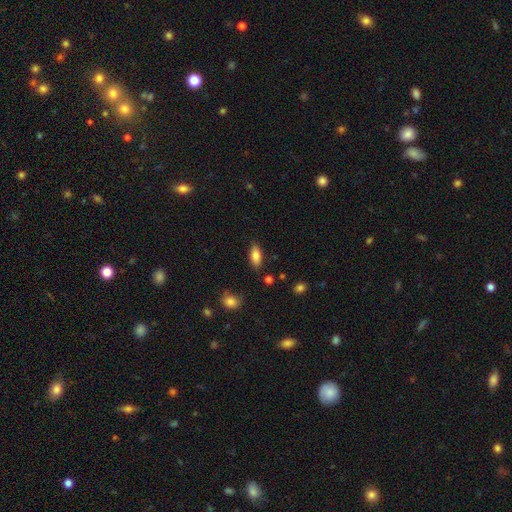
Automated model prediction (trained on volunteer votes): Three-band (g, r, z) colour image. It shows a smooth galaxy with no disk features (81%) that is in between round and cigar-shaped (86%). Merging: none (84%).